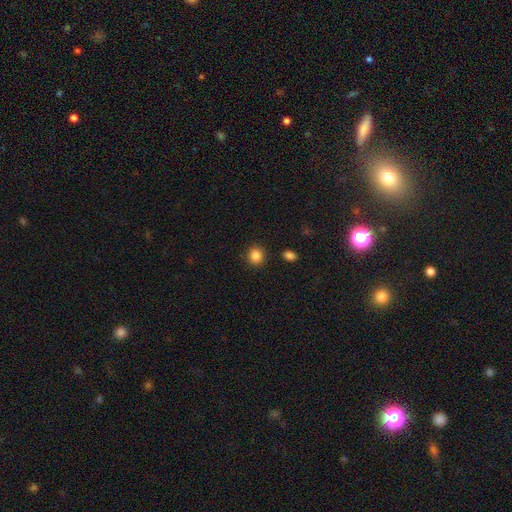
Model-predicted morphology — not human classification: Overall: smooth (86%). How rounded: round (87%). Merging: none (89%).